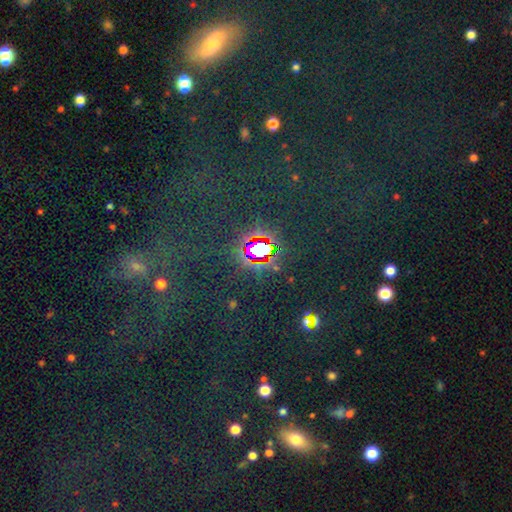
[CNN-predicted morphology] The model was most divided on "smooth or featured": star or artifact: 81%, smooth: 11%, featured or disk: 8%.